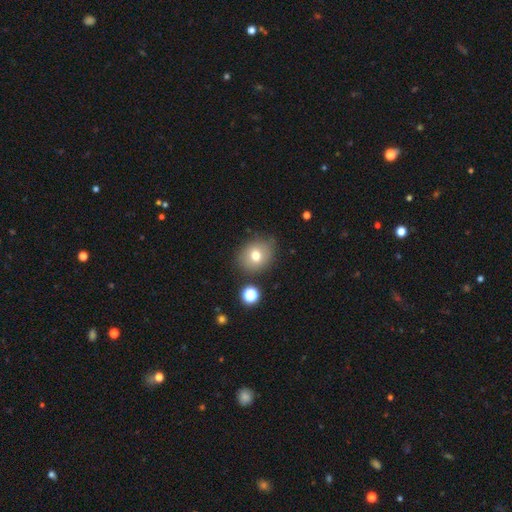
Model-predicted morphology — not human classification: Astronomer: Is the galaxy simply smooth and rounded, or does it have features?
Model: smooth — 73%.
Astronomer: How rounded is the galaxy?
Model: round — 65%.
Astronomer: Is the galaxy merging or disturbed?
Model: none — 74%.